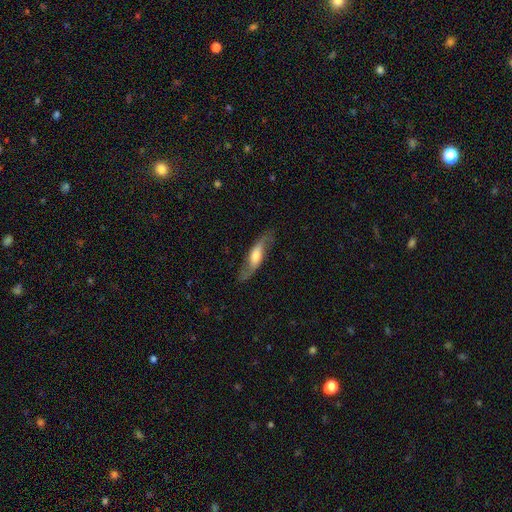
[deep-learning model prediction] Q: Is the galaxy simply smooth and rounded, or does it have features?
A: featured or disk — 67%.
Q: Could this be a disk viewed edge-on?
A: no — 69%.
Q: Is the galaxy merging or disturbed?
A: none — 77%.